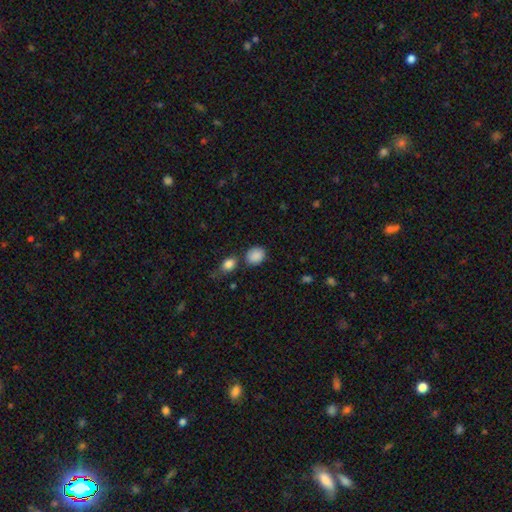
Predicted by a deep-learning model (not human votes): Smooth or featured? smooth (88%)
How rounded? round (59%)
Merging? none (70%)